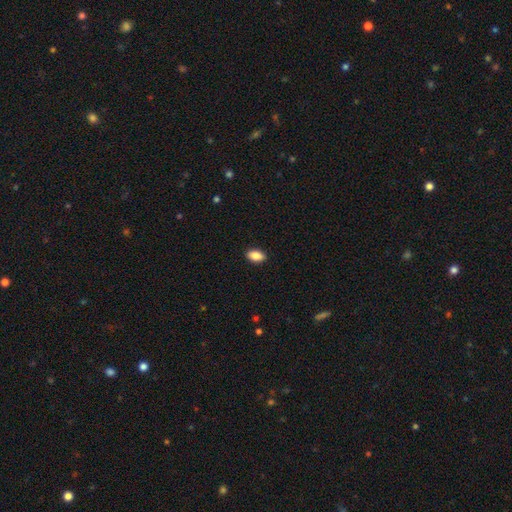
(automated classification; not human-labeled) A smooth galaxy with no disk features (87%) that is in between round and cigar-shaped (91%). Merging: none (90%).